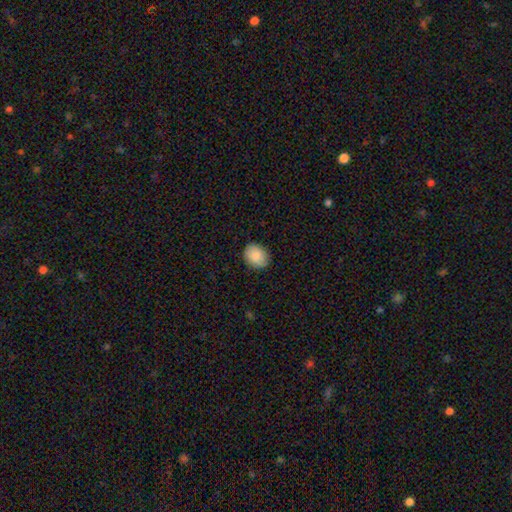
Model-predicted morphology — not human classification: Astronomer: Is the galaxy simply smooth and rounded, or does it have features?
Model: smooth — 88%.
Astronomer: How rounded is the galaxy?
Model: in between — 50% (runner-up: round, 49%).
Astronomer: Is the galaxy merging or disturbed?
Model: none — 88%.